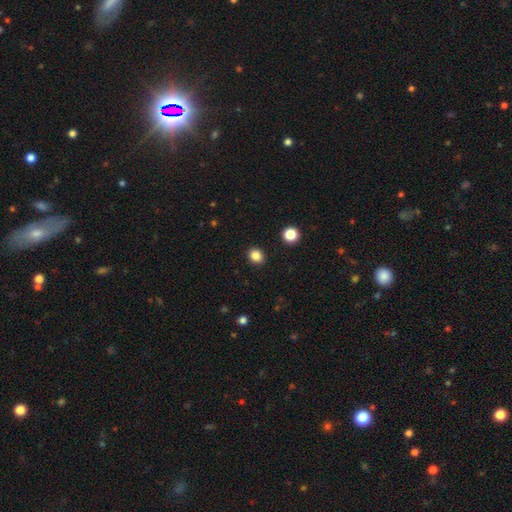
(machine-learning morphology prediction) Overall: smooth (85%). How rounded: round (70%). Merging: none (91%).